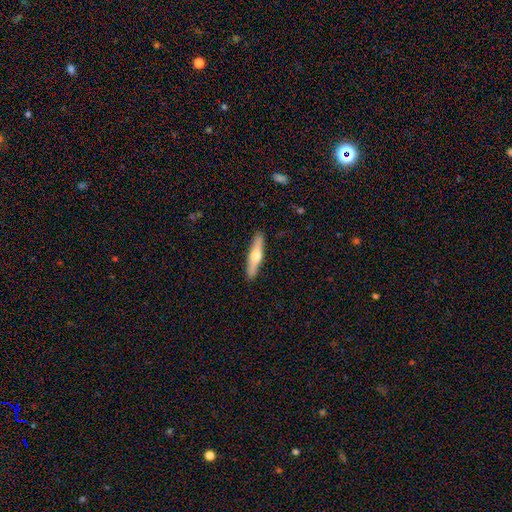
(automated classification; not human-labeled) A smooth galaxy with no disk features (48%).

Vote fractions:
- Smooth or featured? smooth: 48% / featured or disk: 47% / star or artifact: 5%
- Merging? none: 90% / minor disturbance: 7% / major disturbance: 2% / merger: 1%